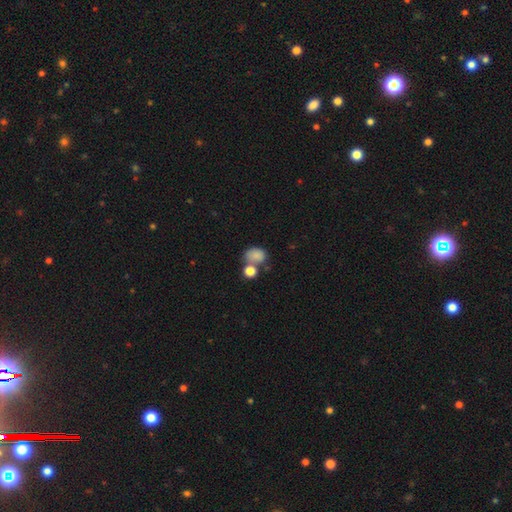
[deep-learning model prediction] smooth_or_featured: smooth (p=0.80) [alt: star or artifact p=0.11]
how_rounded: in between (p=0.57) [alt: round p=0.42]
merging: none (p=0.40) [alt: merger p=0.38]